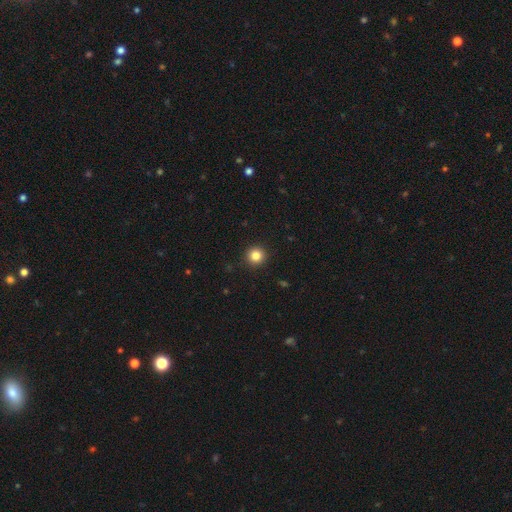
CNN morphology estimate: Smooth or featured? Predicted: smooth (p=0.84). How rounded? Predicted: round (p=0.94). Merging? Predicted: none (p=0.92).